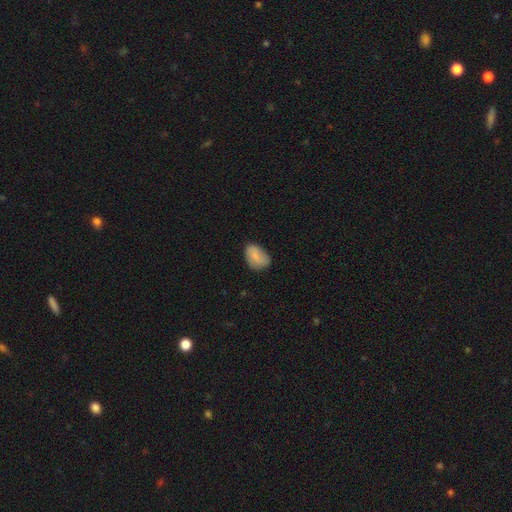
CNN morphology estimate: Smooth or featured? Predicted: smooth (p=0.82). How rounded? Predicted: in between (p=0.85). Merging? Predicted: none (p=0.61).